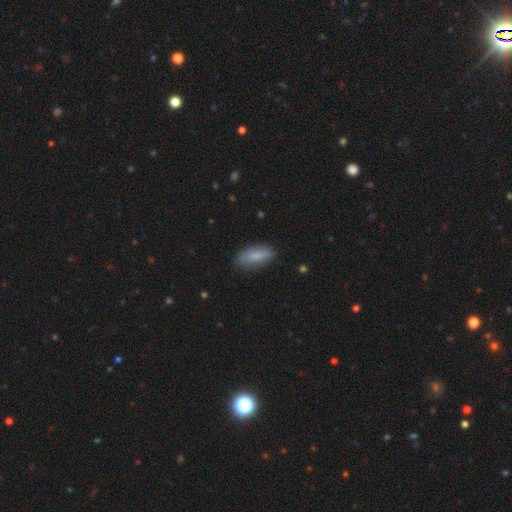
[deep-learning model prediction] A smooth galaxy with no disk features (79%) that is in between round and cigar-shaped (76%).

Vote fractions:
- Smooth or featured? smooth: 79% / featured or disk: 14% / star or artifact: 6%
- How rounded? in between: 76% / cigar-shaped: 22% / round: 2%
- Merging? none: 79% / minor disturbance: 17% / major disturbance: 3% / merger: 1%